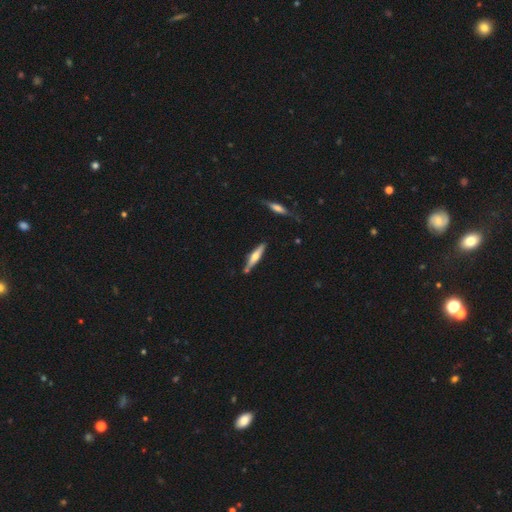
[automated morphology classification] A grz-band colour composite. It shows a featured or disk galaxy (55%) viewed edge-on (95%) with a rounded central bulge (87%). Merging: none (78%).